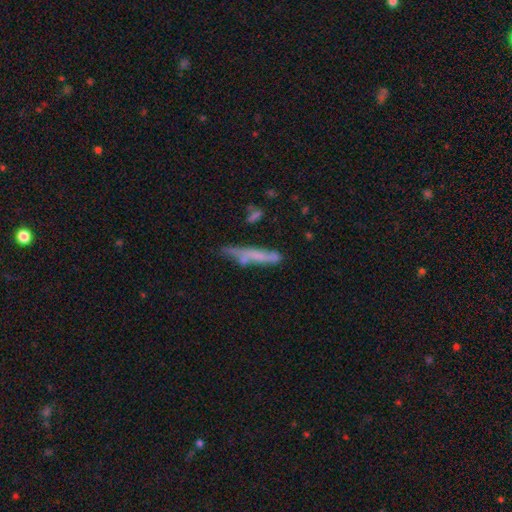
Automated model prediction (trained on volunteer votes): A smooth galaxy with no disk features (51%) that is cigar-shaped (90%). Merging: none (56%).